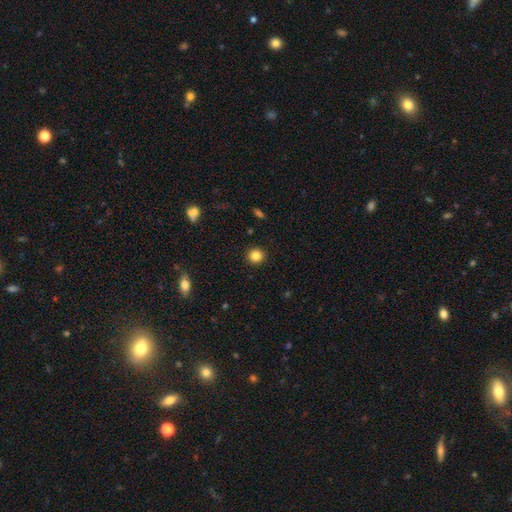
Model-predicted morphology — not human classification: Smooth or featured: smooth — 84% (star or artifact — 11%)
How rounded: round — 93% (in between — 6%)
Merging: none — 93% (minor disturbance — 5%)